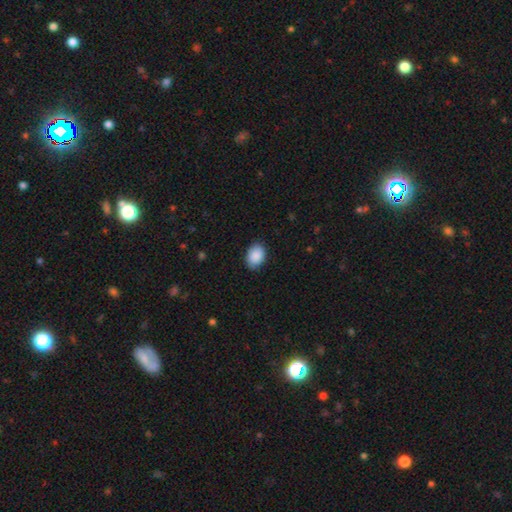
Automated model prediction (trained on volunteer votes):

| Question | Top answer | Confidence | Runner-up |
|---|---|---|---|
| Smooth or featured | smooth | 90% | star or artifact (7%) |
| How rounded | in between | 79% | round (21%) |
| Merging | none | 84% | minor disturbance (12%) |